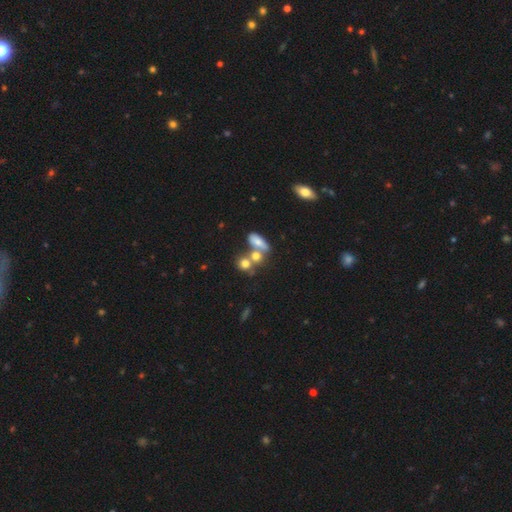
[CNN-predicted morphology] This is possibly a smooth galaxy (58%). How rounded: possibly in between (57%). Merging: possibly merger (50%).